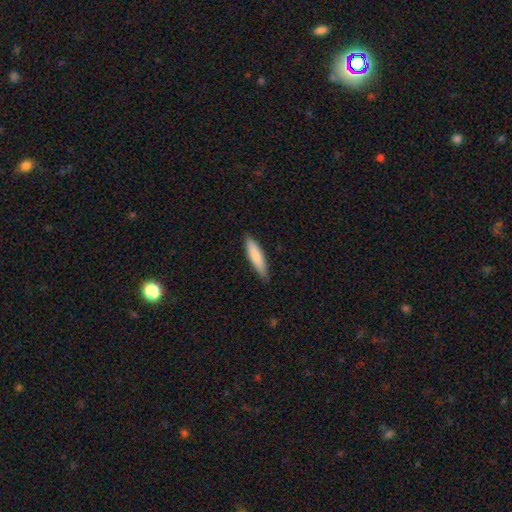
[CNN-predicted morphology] smooth_or_featured: smooth (p=0.82) [alt: featured or disk p=0.12]
how_rounded: cigar-shaped (p=0.76) [alt: in between p=0.22]
merging: none (p=0.84) [alt: minor disturbance p=0.13]